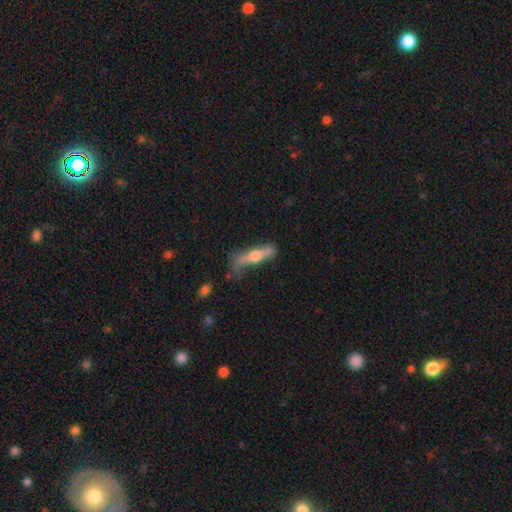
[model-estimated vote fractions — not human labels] A smooth galaxy with no disk features (46%, tied with featured or disk). Merging: none (45%).